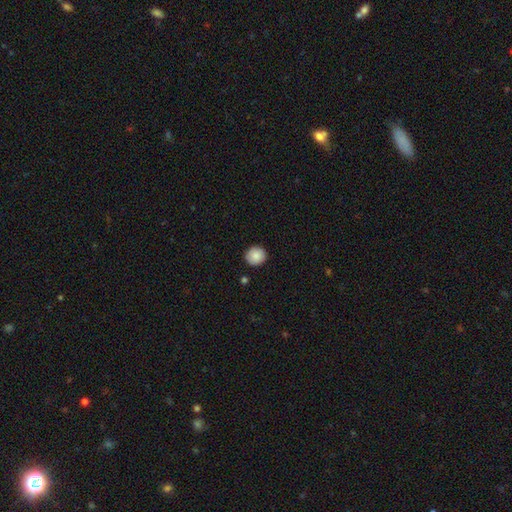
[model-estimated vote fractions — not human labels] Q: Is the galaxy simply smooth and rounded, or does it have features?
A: smooth — 87%.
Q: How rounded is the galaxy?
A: round — 91%.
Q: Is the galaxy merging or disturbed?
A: none — 90%.